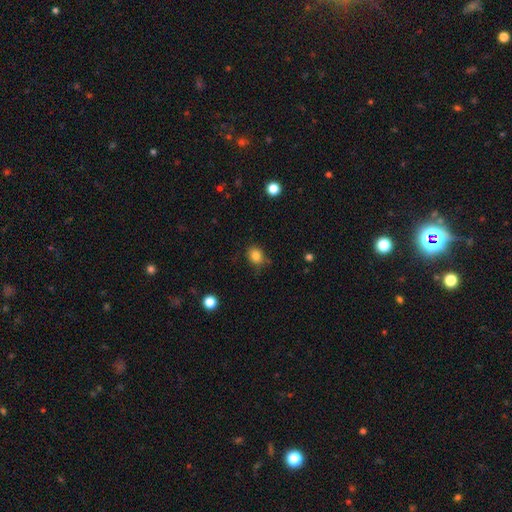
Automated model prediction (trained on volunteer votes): A smooth galaxy with no disk features (83%) that is round (52%).

Vote fractions:
- Smooth or featured? smooth: 83% / star or artifact: 11% / featured or disk: 5%
- How rounded? round: 52% / in between: 47% / cigar-shaped: 1%
- Merging? none: 74% / minor disturbance: 20% / major disturbance: 4% / merger: 2%